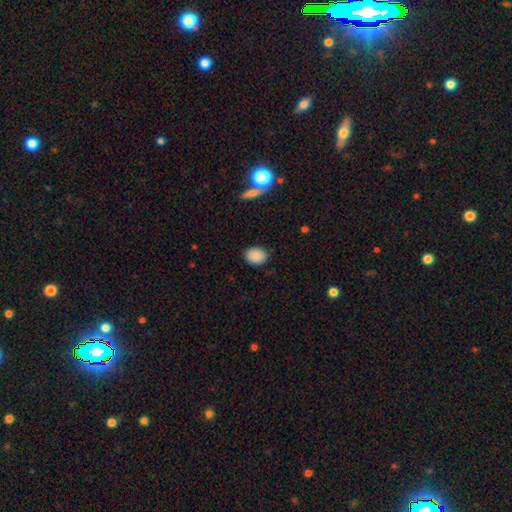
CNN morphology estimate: Smooth or featured? Predicted: smooth (p=0.88). How rounded? Predicted: in between (p=0.66). Merging? Predicted: none (p=0.87).